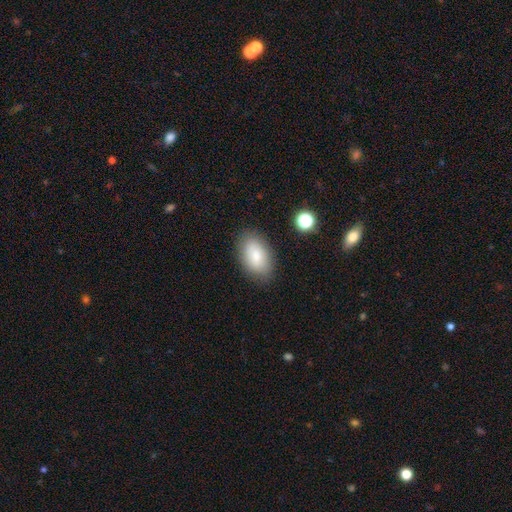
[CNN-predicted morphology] A smooth galaxy with no disk features (82%) that is in between round and cigar-shaped (92%). Merging: none (84%).